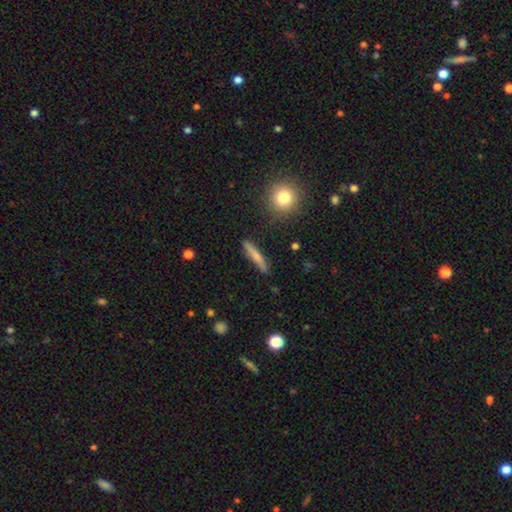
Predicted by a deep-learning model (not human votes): Morphology: type=smooth (63%); roundness=cigar-shaped (90%); merging=none (85%).